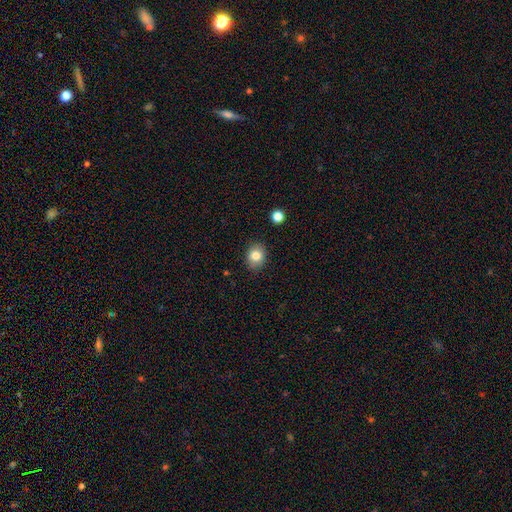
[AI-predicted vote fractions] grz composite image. It shows a smooth galaxy with no disk features (82%) that is round (58%). Merging: none (87%).